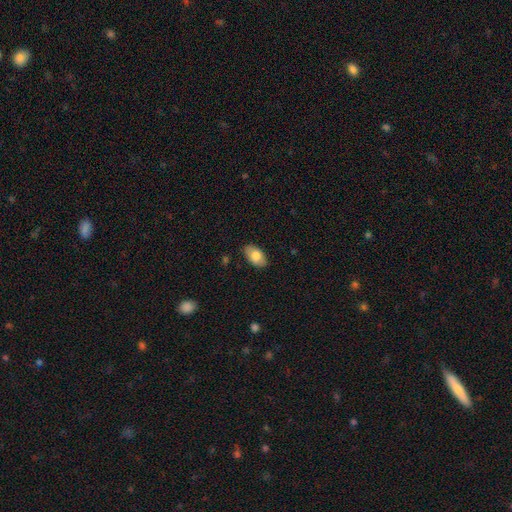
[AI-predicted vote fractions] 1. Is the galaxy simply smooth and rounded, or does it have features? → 80% smooth, 14% featured or disk, 6% star or artifact.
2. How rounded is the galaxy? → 94% in between, 4% round, 2% cigar-shaped.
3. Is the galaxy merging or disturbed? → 86% none, 11% minor disturbance, 2% major disturbance, 1% merger.